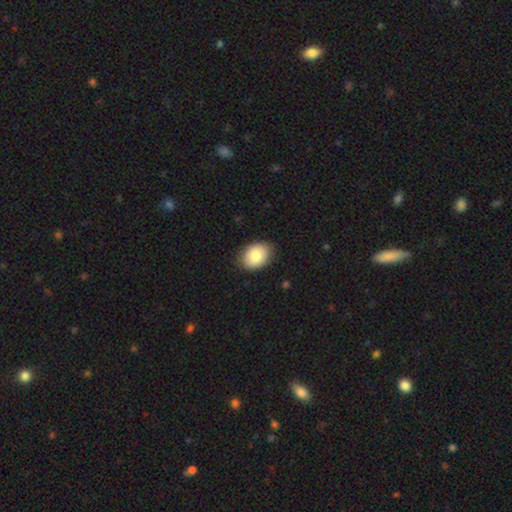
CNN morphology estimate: Overall: smooth (81%). How rounded: in between (68%; round 31%). Merging: none (85%).